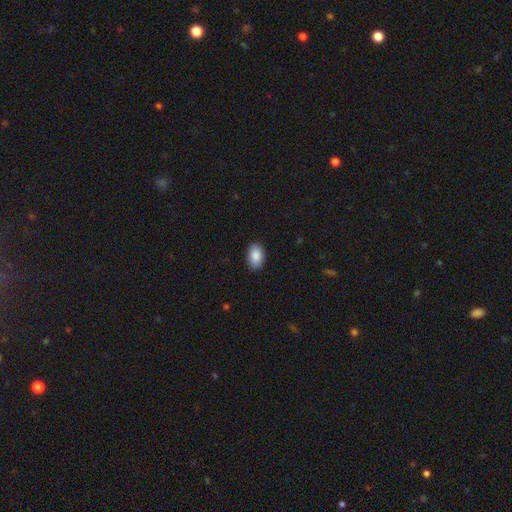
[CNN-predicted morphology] A smooth galaxy with no disk features (89%) that is in between round and cigar-shaped (91%). Merging: none (89%).